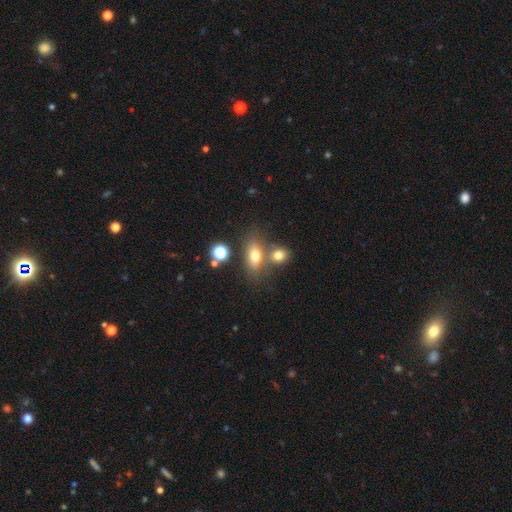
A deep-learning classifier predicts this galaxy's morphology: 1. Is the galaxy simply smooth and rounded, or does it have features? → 69% smooth, 18% featured or disk, 13% star or artifact.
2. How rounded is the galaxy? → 75% in between, 17% round, 8% cigar-shaped.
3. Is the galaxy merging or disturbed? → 51% none, 31% merger, 12% minor disturbance, 6% major disturbance.